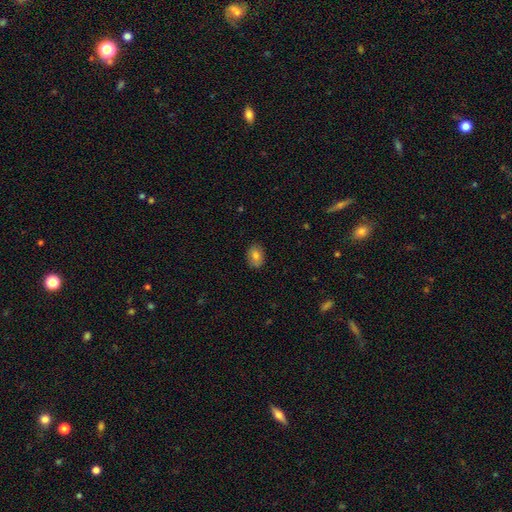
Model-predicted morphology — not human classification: Smooth or featured? Predicted: smooth (p=0.79). How rounded? Predicted: in between (p=0.68). Merging? Predicted: none (p=0.87).